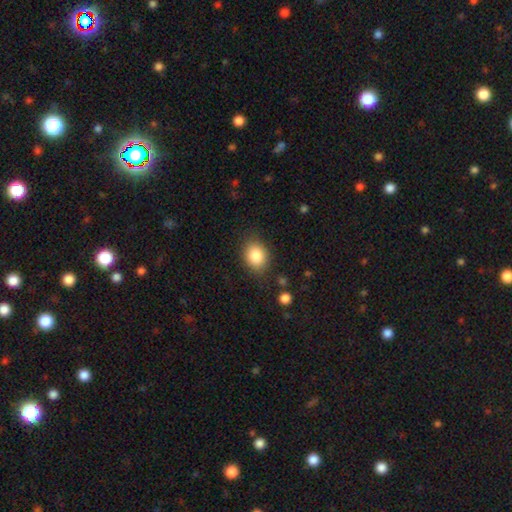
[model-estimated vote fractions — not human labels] smooth-or-featured: smooth: 85% | star or artifact: 9% | featured or disk: 6%
  how-rounded: in between: 57% | round: 42% | cigar-shaped: 1%
  merging: none: 81% | minor disturbance: 13% | major disturbance: 4% | merger: 2%